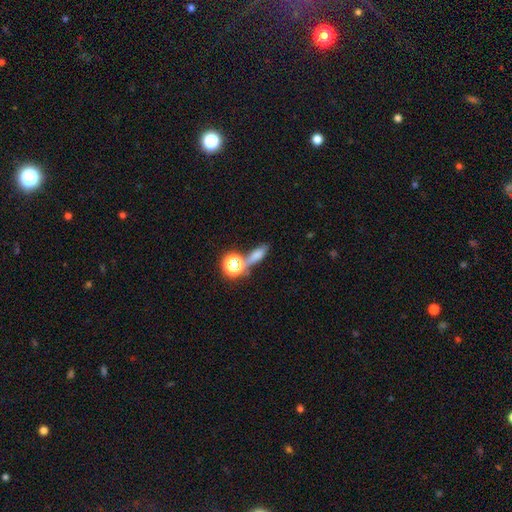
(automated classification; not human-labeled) Smooth or featured? Predicted: smooth (p=0.67). How rounded? Predicted: in between (p=0.47). Merging? Predicted: none (p=0.53).